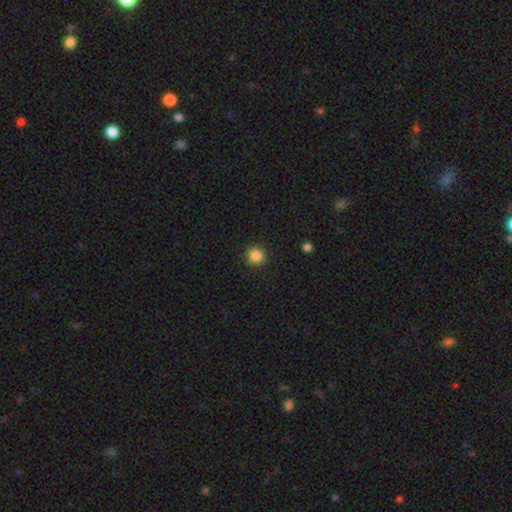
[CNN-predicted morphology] Q: Smooth or featured?
A: smooth (85%); runner-up: star or artifact (11%)
Q: How rounded?
A: round (95%); runner-up: in between (5%)
Q: Merging?
A: none (92%); runner-up: minor disturbance (5%)